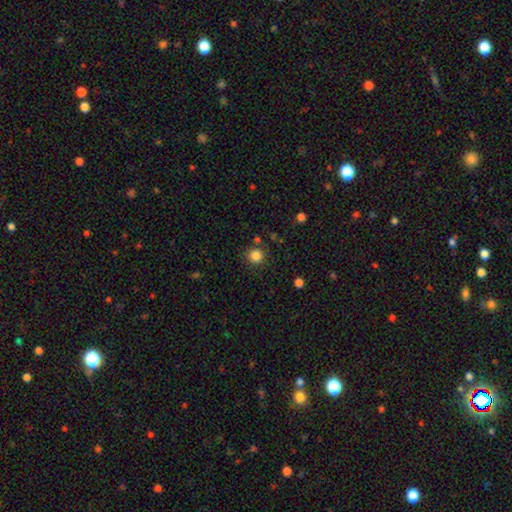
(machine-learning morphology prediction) smooth-or-featured: smooth: 84% | star or artifact: 12% | featured or disk: 4%
  how-rounded: round: 92% | in between: 8% | cigar-shaped: 1%
  merging: none: 85% | minor disturbance: 8% | merger: 4% | major disturbance: 3%